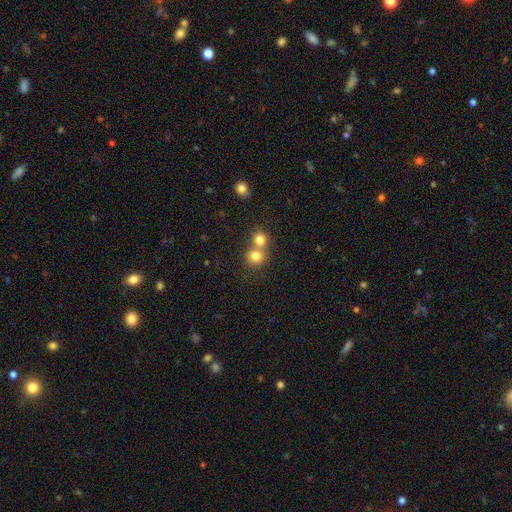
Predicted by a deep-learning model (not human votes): smooth-or-featured: smooth: 79% | star or artifact: 12% | featured or disk: 9%
  how-rounded: round: 85% | in between: 14% | cigar-shaped: 1%
  merging: merger: 53% | none: 40% | minor disturbance: 5% | major disturbance: 2%